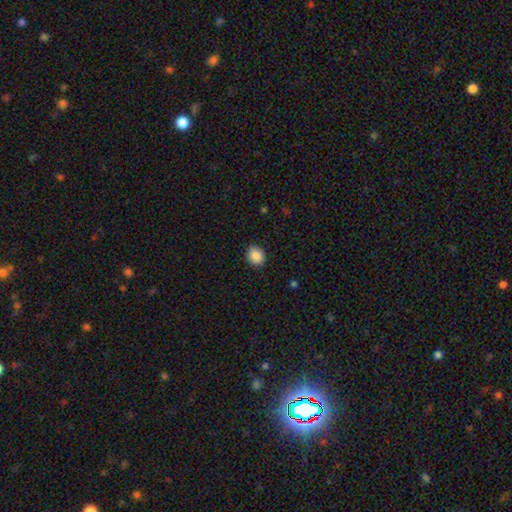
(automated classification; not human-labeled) Smooth or featured? Predicted: smooth (p=0.88). How rounded? Predicted: round (p=0.64). Merging? Predicted: none (p=0.89).